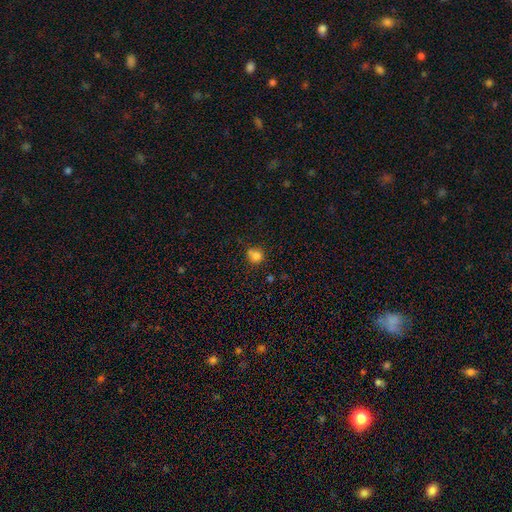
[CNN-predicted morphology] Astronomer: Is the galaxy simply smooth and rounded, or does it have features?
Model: smooth — 79%.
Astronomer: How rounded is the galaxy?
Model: round — 86%.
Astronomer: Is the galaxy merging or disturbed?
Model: none — 56%.